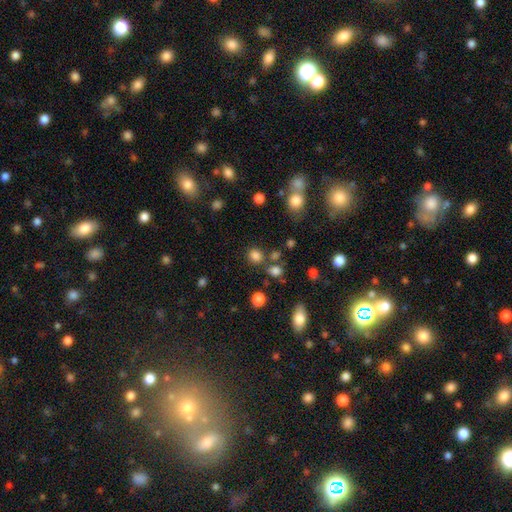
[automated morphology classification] Smooth or featured? smooth (80%)
How rounded? round (84%)
Merging? none (76%)